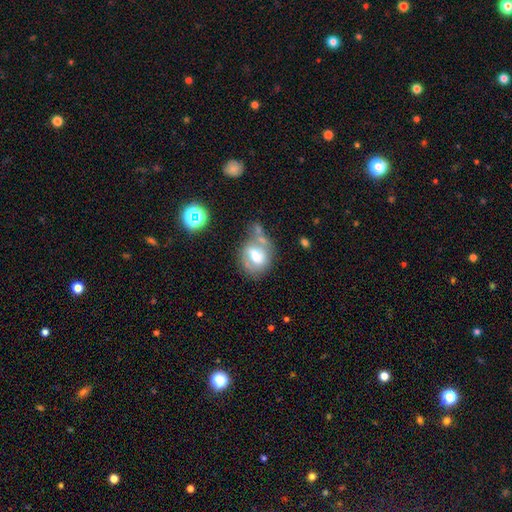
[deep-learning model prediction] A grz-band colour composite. It shows a smooth galaxy with no disk features (46%). Merging: none (38%).